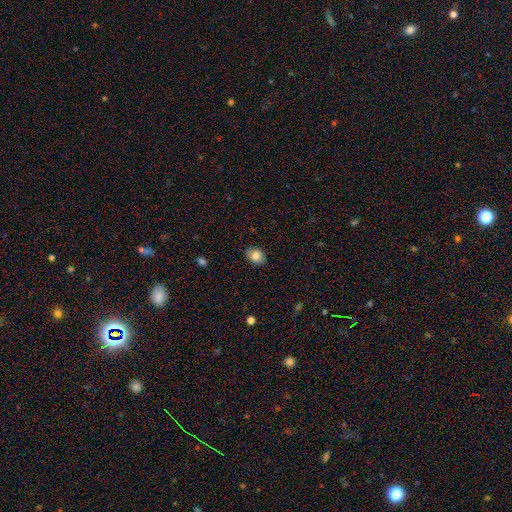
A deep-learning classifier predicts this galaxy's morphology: Smooth or featured: smooth — 83% (featured or disk — 9%)
How rounded: in between — 62% (round — 37%)
Merging: none — 85% (minor disturbance — 11%)